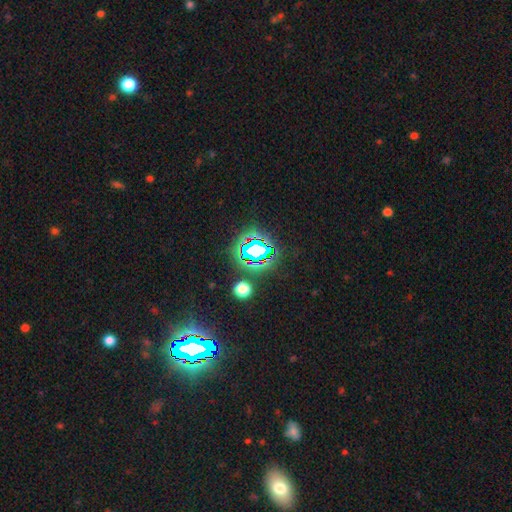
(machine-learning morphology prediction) smooth_or_featured: star or artifact (p=0.83) [alt: smooth p=0.10]